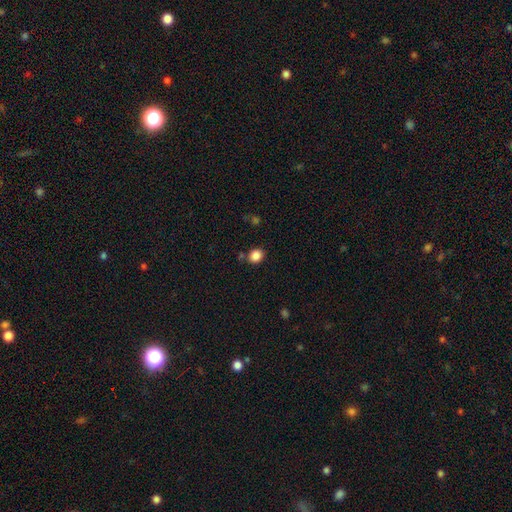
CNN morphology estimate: This is clearly a smooth galaxy (86%). How rounded: likely round (71%). Merging: clearly none (81%).